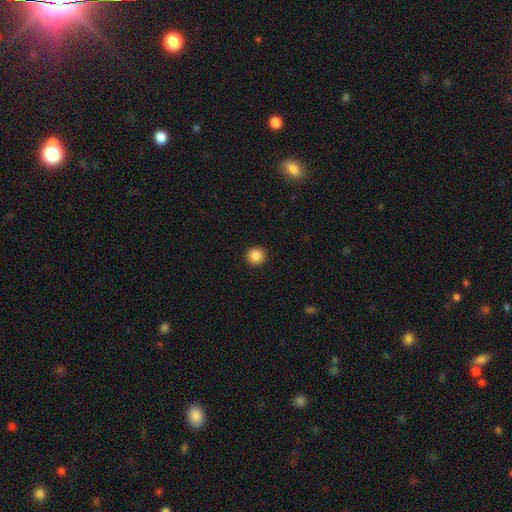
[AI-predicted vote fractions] Smooth or featured? Predicted: smooth (p=0.87). How rounded? Predicted: round (p=0.95). Merging? Predicted: none (p=0.93).